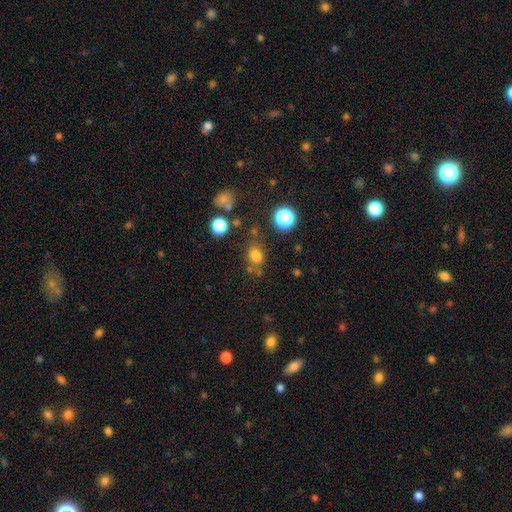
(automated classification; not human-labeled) The model was most divided on "how rounded": round: 56%, in between: 43%, cigar-shaped: 1%. More confident: smooth or featured — smooth (75%); merging — none (69%).